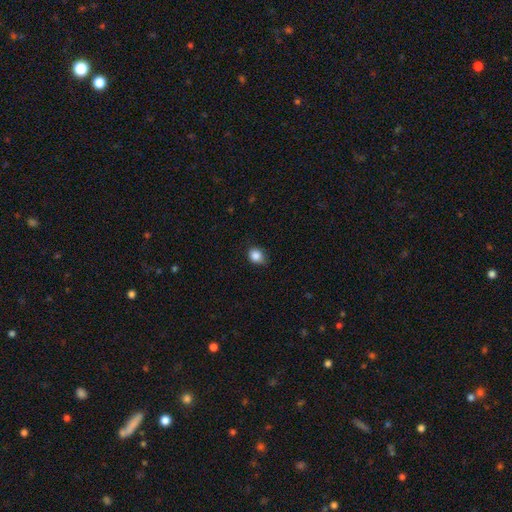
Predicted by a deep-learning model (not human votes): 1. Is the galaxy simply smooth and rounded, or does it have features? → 85% smooth, 10% star or artifact, 5% featured or disk.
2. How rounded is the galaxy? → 53% round, 46% in between, 1% cigar-shaped.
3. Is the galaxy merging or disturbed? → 70% none, 25% minor disturbance, 4% major disturbance, 1% merger.